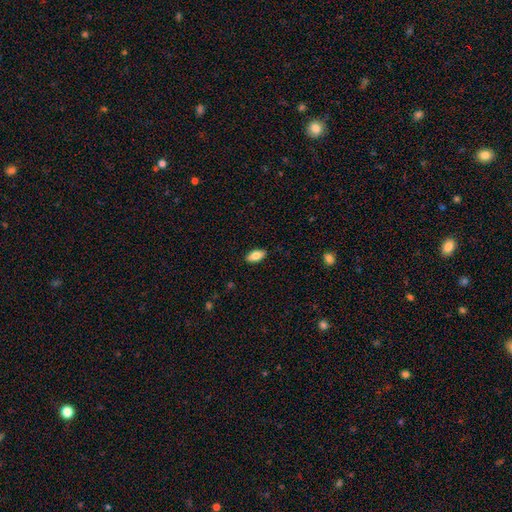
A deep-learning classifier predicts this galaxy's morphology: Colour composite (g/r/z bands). It shows a smooth galaxy with no disk features (80%) that is in between round and cigar-shaped (90%). Merging: none (89%).